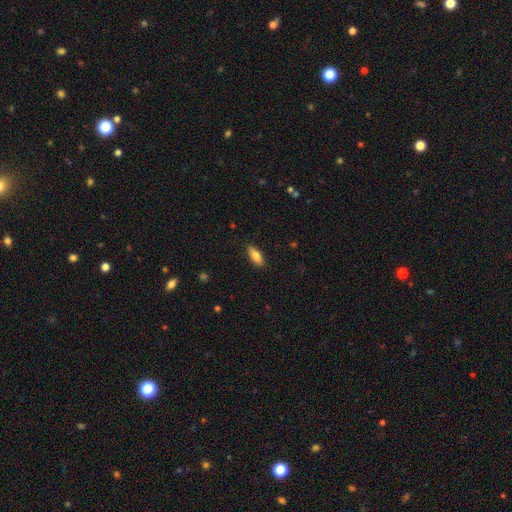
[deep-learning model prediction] This appears to be a smooth galaxy with no disk features (77%) that is in between round and cigar-shaped (75%). Merging: none (88%).